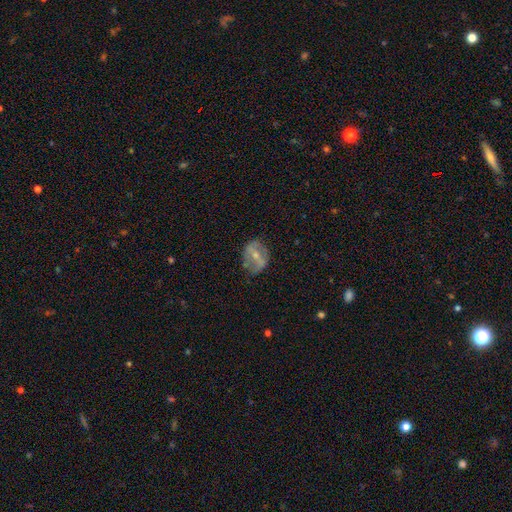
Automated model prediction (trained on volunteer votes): featured or disk 55%, smooth 37%, star or artifact 8%. Down the decision tree: edge-on disk — no (93%); bar — strong (37%); spiral arms — no (68%); bulge size — small (49%); merging — none (67%).